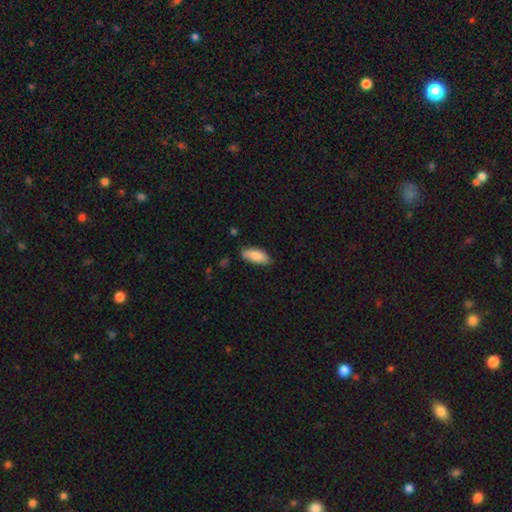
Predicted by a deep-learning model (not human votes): Q: Smooth or featured?
A: smooth (86%); runner-up: featured or disk (8%)
Q: How rounded?
A: in between (83%); runner-up: cigar-shaped (15%)
Q: Merging?
A: none (80%); runner-up: minor disturbance (16%)